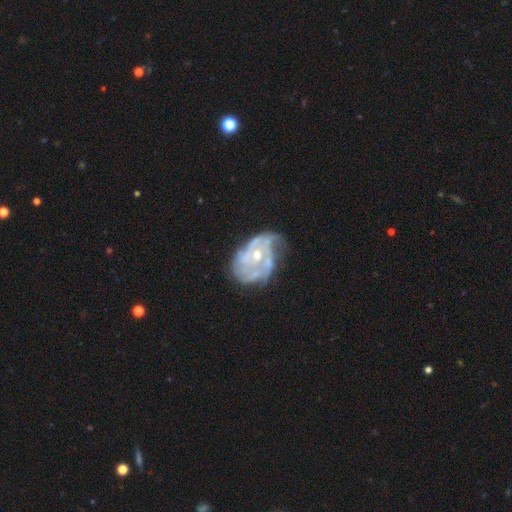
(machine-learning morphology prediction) This appears to be a featured or disk galaxy (82%) with no bar (72%), tight (46%) spiral arms (81%) and a moderate central bulge (53%). Merging: none (41%).